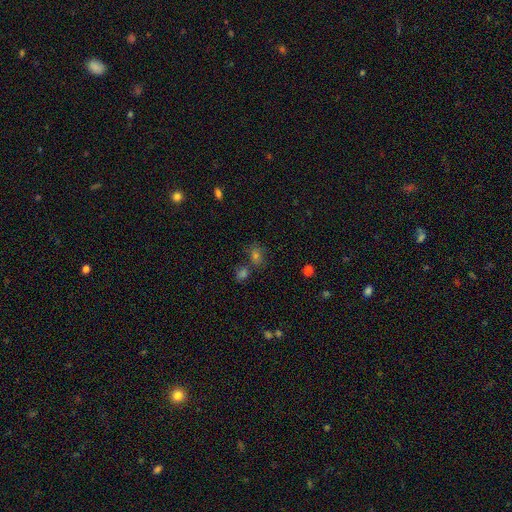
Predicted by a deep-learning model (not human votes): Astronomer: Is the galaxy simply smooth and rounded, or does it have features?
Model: smooth — 49% (runner-up: star or artifact, 38%).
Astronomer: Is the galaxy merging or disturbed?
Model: none — 58%.